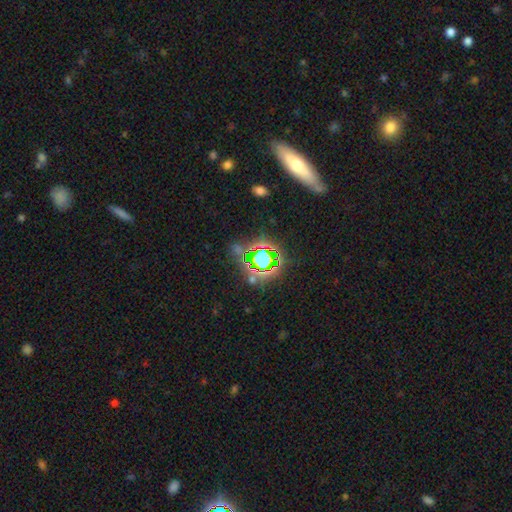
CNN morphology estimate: Smooth or featured?
  - star or artifact: 59% *
  - smooth: 23%
  - featured or disk: 18%